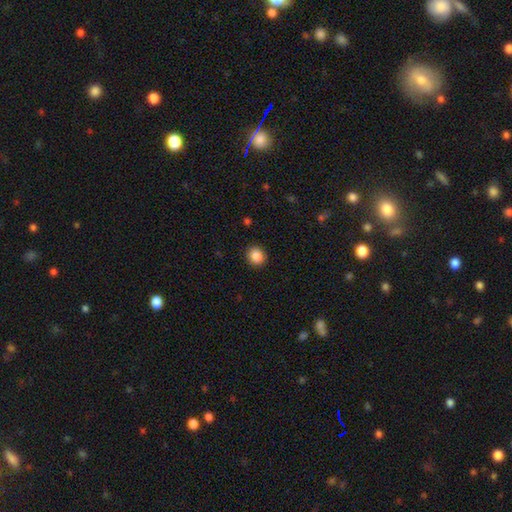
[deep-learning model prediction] A smooth galaxy with no disk features (88%) that is round (82%). Merging: none (91%).